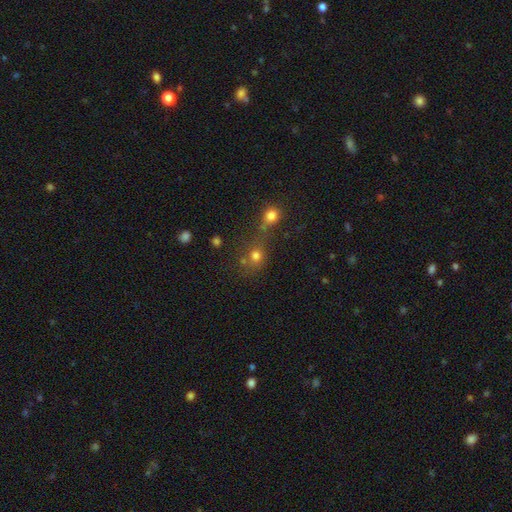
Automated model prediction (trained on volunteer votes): Smooth or featured: smooth — 72% (star or artifact — 18%)
How rounded: round — 76% (in between — 22%)
Merging: none — 48% (merger — 35%)